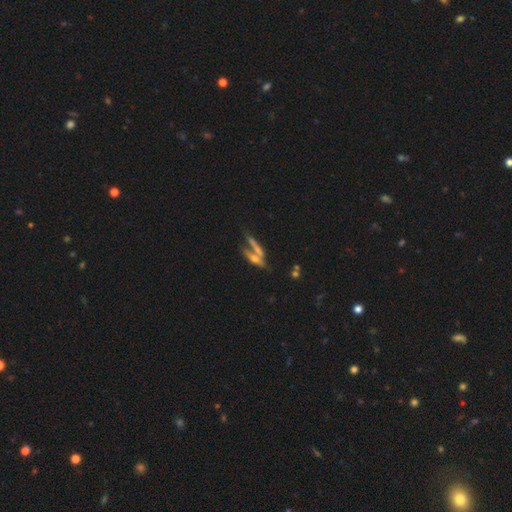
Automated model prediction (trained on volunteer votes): Smooth or featured? Predicted: featured or disk (p=0.45). Merging? Predicted: merger (p=0.45).